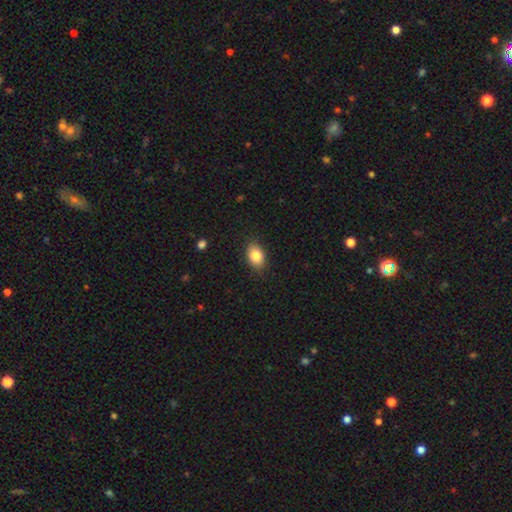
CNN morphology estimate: This appears to be a smooth galaxy with no disk features (84%) that is in between round and cigar-shaped (83%). Merging: none (87%).